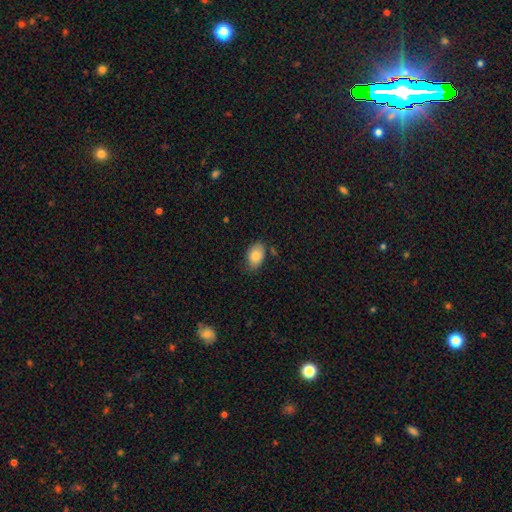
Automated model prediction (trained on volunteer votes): smooth_or_featured: smooth (p=0.83) [alt: featured or disk p=0.09]
how_rounded: in between (p=0.87) [alt: round p=0.11]
merging: none (p=0.70) [alt: minor disturbance p=0.22]